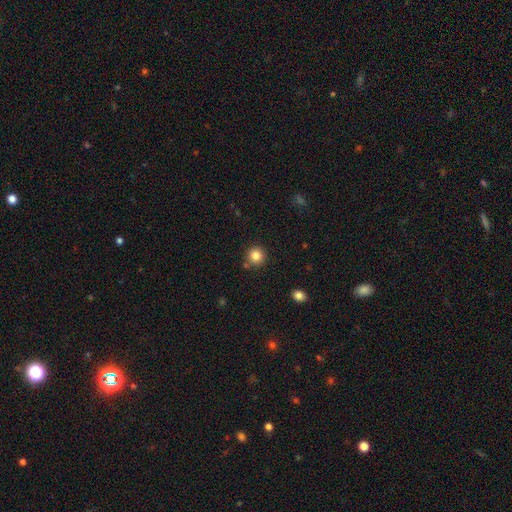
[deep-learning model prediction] The model was most divided on "smooth or featured": smooth: 84%, star or artifact: 11%, featured or disk: 5%. More confident: how rounded — round (94%); merging — none (86%).